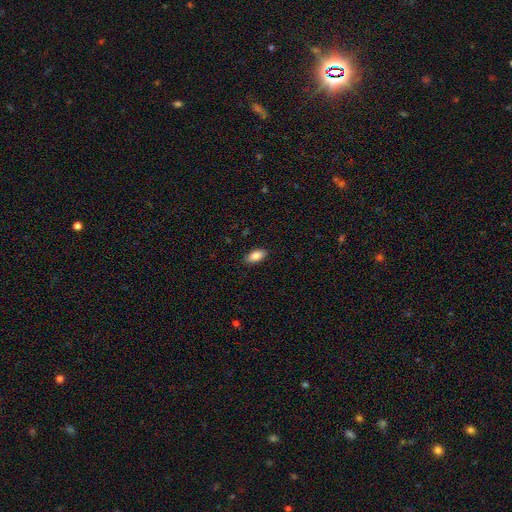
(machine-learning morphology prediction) This appears to be a smooth galaxy with no disk features (86%) that is in between round and cigar-shaped (91%). Merging: none (89%).